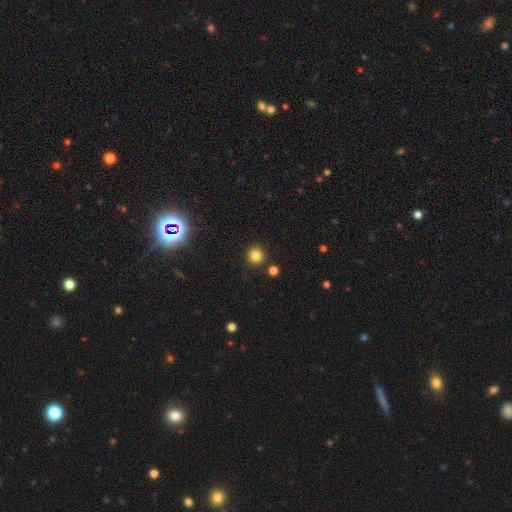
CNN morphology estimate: Smooth or featured? smooth (81%)
How rounded? round (94%)
Merging? none (88%)